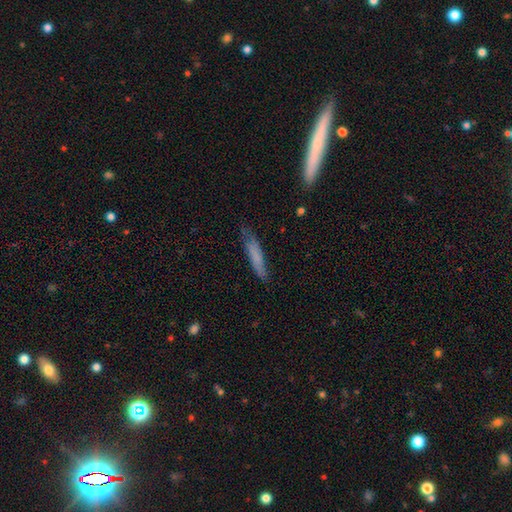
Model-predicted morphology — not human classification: smooth_or_featured: smooth (p=0.67) [alt: featured or disk p=0.26]
how_rounded: cigar-shaped (p=0.89) [alt: in between p=0.09]
merging: none (p=0.70) [alt: minor disturbance p=0.22]